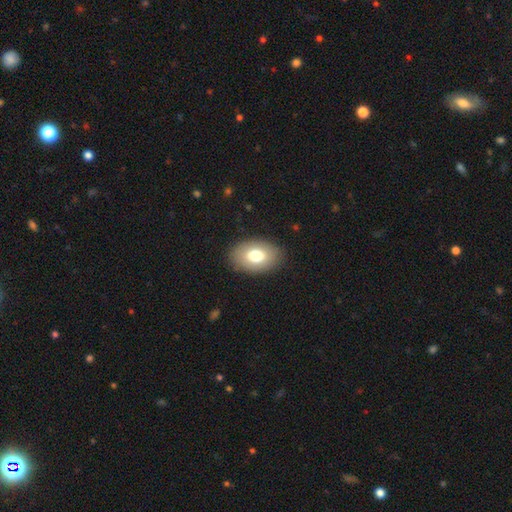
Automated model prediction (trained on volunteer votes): Morphology: type=smooth (75%); roundness=in between (88%); merging=none (87%).